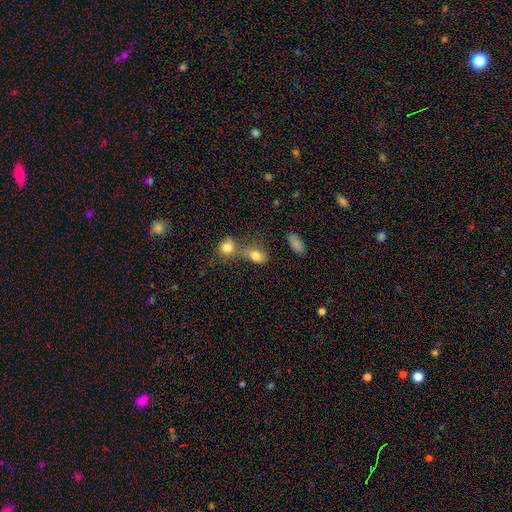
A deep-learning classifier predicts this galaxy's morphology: Smooth or featured?
  - smooth: 79% *
  - star or artifact: 11%
  - featured or disk: 10%
How rounded?
  - in between: 67% *
  - round: 30%
  - cigar-shaped: 3%
Merging?
  - merger: 48% *
  - none: 33%
  - minor disturbance: 11%
  - major disturbance: 7%